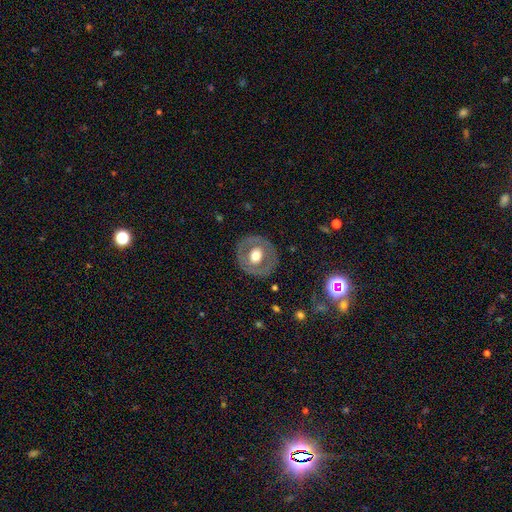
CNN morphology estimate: Smooth or featured? featured or disk (49%)
Merging? none (84%)